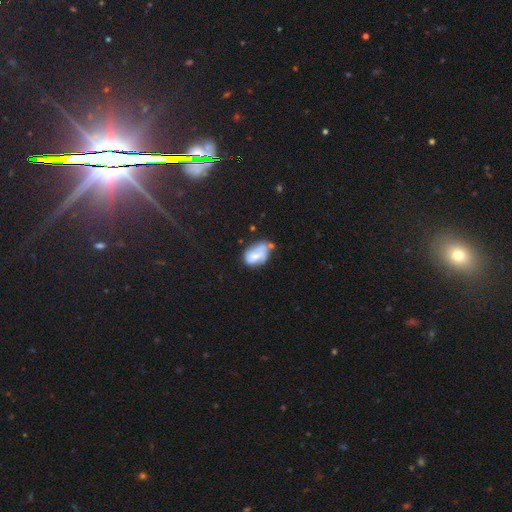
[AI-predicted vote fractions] This appears to be a smooth galaxy with no disk features (52%) that is in between round and cigar-shaped (84%). Merging: minor disturbance (34%).